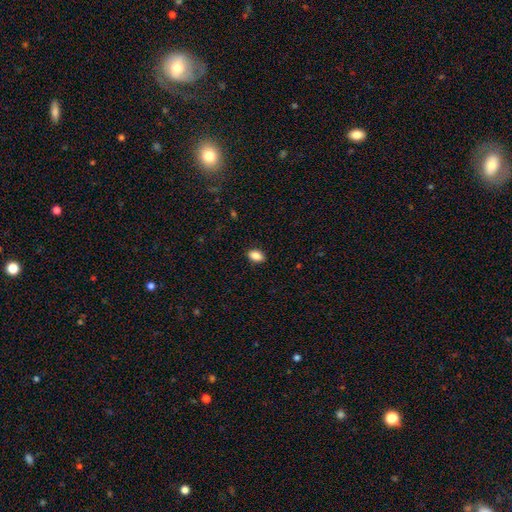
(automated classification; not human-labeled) The model was most divided on "how rounded": in between: 89%, round: 9%, cigar-shaped: 2%. More confident: merging — none (89%); smooth or featured — smooth (88%).